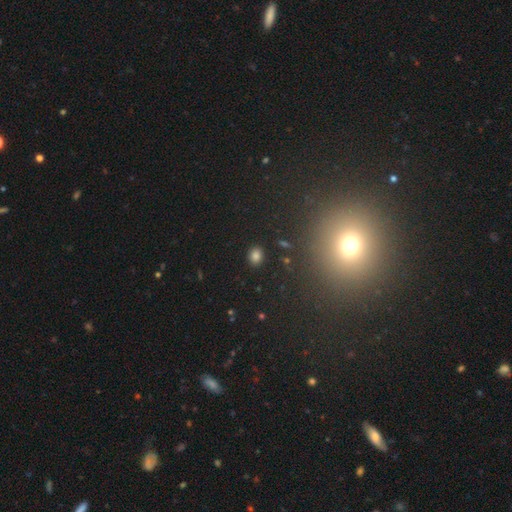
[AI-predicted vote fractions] Overall: smooth (81%). How rounded: in between (53%; round 46%). Merging: none (89%).